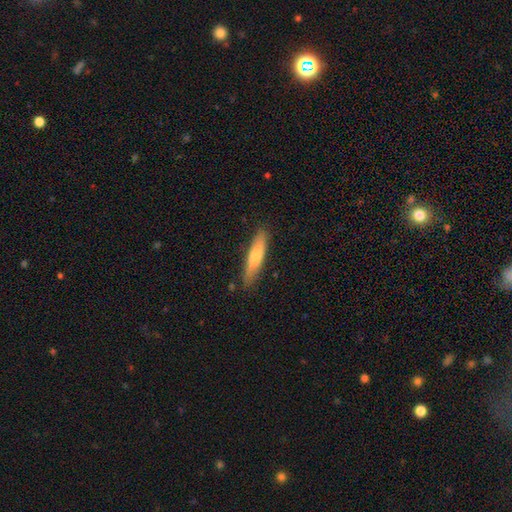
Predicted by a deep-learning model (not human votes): A smooth galaxy with no disk features (69%) that is cigar-shaped (79%). Merging: none (83%).